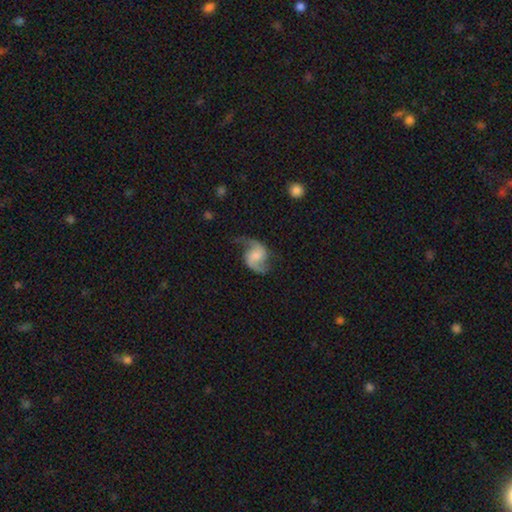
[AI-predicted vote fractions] A featured or disk galaxy (85%) with no bar (46%), 2 (92%) loose (56%) spiral arms (97%) and a moderate central bulge (36%). Merging: none (70%).